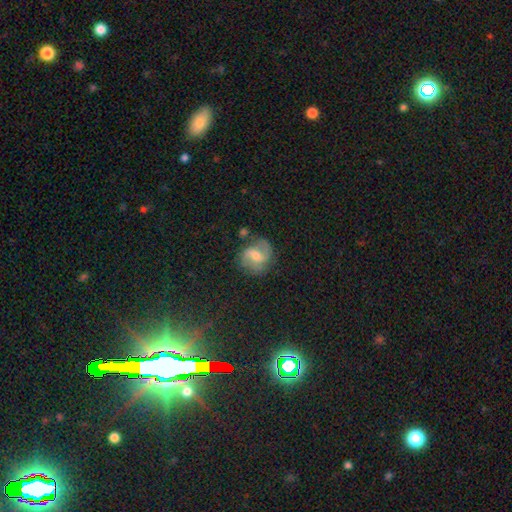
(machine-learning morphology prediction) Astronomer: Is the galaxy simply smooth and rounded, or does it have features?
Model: featured or disk — 75%.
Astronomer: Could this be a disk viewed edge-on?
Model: no — 97%.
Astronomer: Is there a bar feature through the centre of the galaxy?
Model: weak — 54%.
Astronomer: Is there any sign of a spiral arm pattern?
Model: yes — 93%.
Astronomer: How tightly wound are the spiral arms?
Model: medium — 50% (runner-up: loose, 32%).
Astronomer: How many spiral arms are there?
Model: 2 — 86%.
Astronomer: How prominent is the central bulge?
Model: moderate — 55% (runner-up: small, 36%).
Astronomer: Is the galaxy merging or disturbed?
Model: none — 70%.